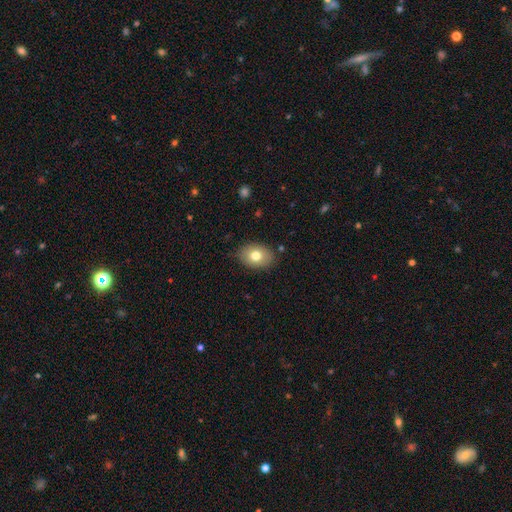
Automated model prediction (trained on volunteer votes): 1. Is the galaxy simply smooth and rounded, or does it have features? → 76% smooth, 15% featured or disk, 8% star or artifact.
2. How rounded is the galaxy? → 76% in between, 23% round, 1% cigar-shaped.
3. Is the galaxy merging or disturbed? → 84% none, 12% minor disturbance, 3% major disturbance, 1% merger.